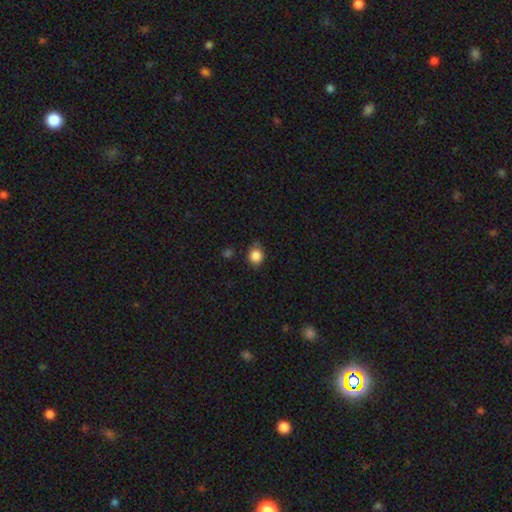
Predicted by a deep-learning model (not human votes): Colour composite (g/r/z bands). It shows a smooth galaxy with no disk features (85%) that is round (76%). Merging: none (76%).